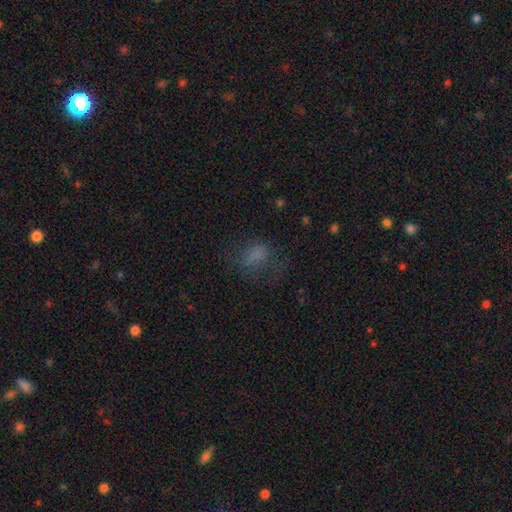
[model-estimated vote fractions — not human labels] This appears to be a smooth galaxy with no disk features (65%) that is in between round and cigar-shaped (65%). Merging: none (52%).